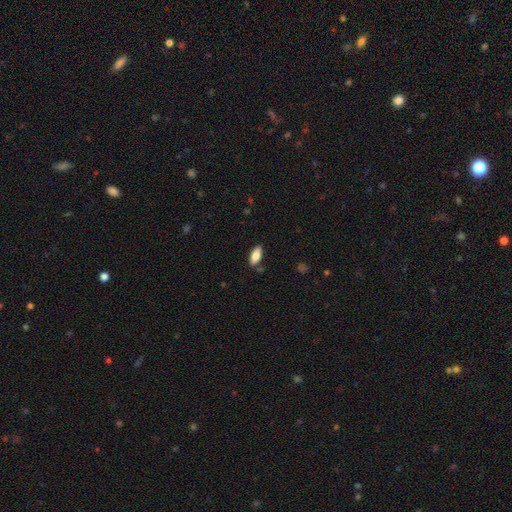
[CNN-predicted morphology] smooth 84%, featured or disk 9%, star or artifact 7%. Down the decision tree: how rounded — in between (84%); merging — none (84%).